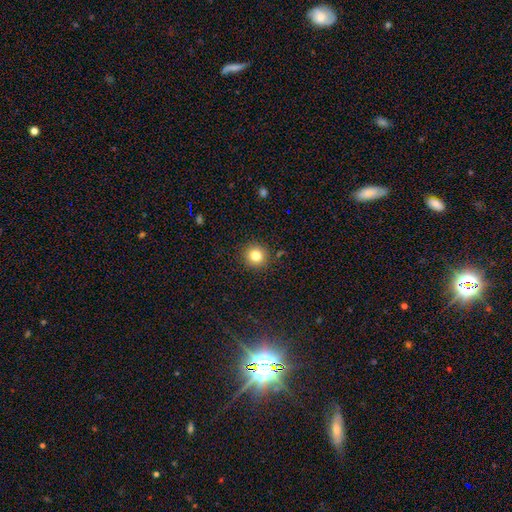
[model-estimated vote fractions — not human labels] Q: Smooth or featured?
A: smooth (81%); runner-up: star or artifact (12%)
Q: How rounded?
A: round (93%); runner-up: in between (6%)
Q: Merging?
A: none (90%); runner-up: minor disturbance (6%)